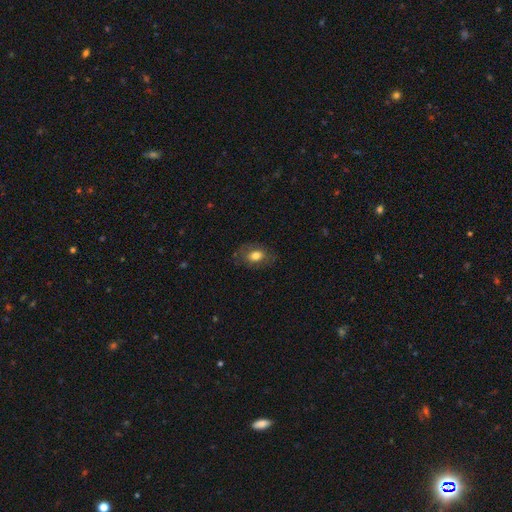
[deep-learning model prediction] This appears to be a smooth galaxy with no disk features (71%) that is in between round and cigar-shaped (78%). Merging: none (75%).